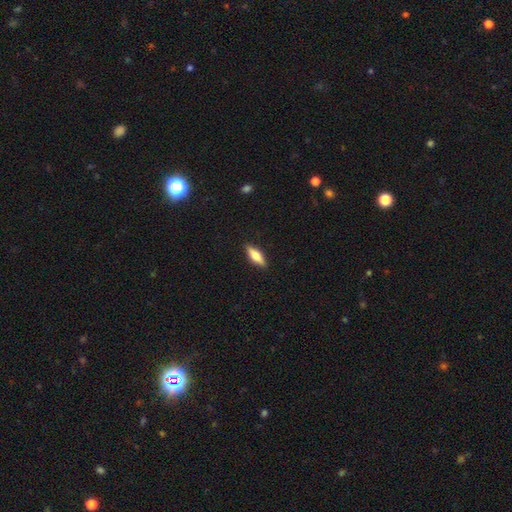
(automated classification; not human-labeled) smooth-or-featured: smooth: 57% | featured or disk: 37% | star or artifact: 6%
  how-rounded: cigar-shaped: 52% | in between: 46% | round: 2%
  merging: none: 89% | minor disturbance: 8% | major disturbance: 2% | merger: 1%